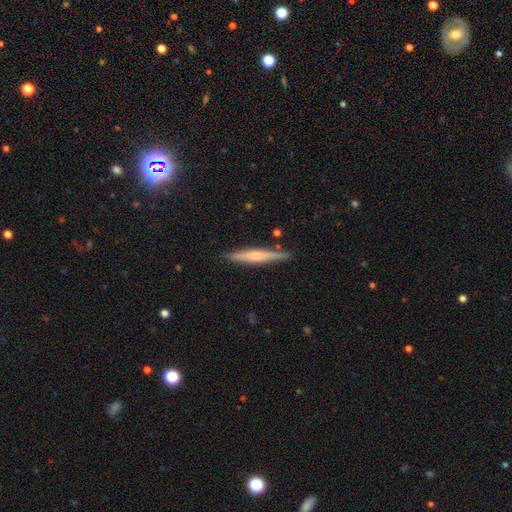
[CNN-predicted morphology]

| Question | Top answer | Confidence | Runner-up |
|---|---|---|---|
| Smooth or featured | featured or disk | 47% | smooth (46%) |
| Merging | none | 86% | minor disturbance (10%) |